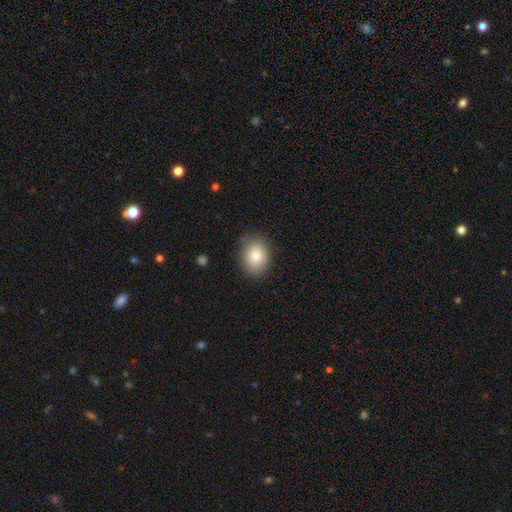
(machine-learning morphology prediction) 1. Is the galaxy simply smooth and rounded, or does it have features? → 80% smooth, 11% featured or disk, 9% star or artifact.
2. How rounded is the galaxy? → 53% in between, 46% round, 1% cigar-shaped.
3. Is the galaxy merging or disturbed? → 84% none, 12% minor disturbance, 3% major disturbance, 1% merger.